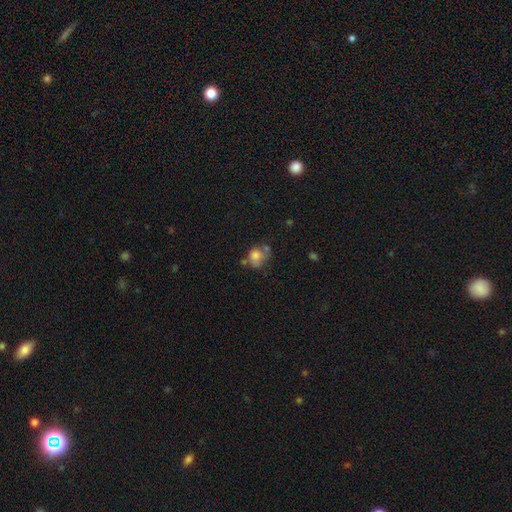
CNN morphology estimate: smooth_or_featured: smooth (p=0.71) [alt: featured or disk p=0.18]
how_rounded: round (p=0.59) [alt: in between p=0.40]
merging: none (p=0.37) [alt: minor disturbance p=0.25]